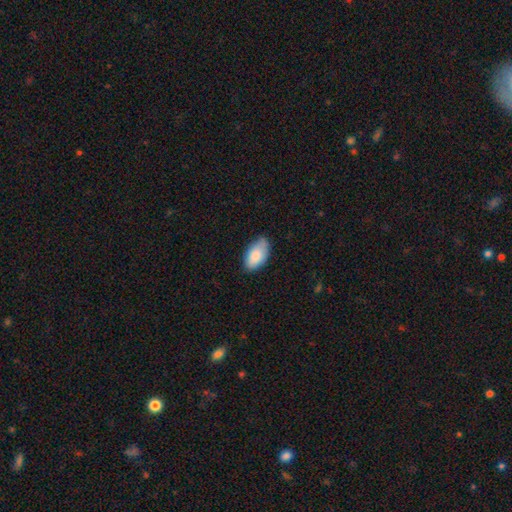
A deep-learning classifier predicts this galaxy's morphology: The model was most divided on "merging": none: 71%, minor disturbance: 24%, major disturbance: 3%, merger: 1%. More confident: how rounded — in between (95%); smooth or featured — smooth (83%).